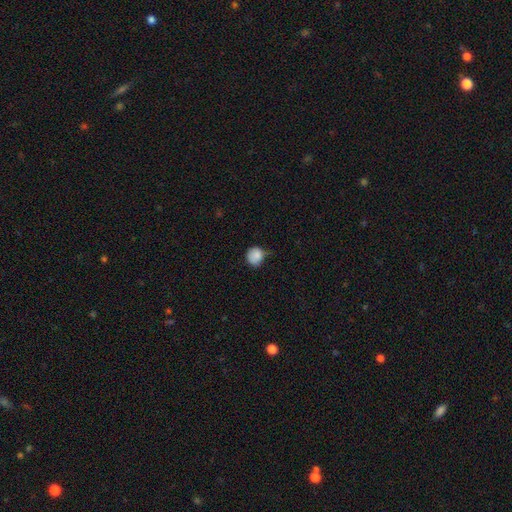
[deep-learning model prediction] Smooth or featured?
  - smooth: 84% *
  - star or artifact: 8%
  - featured or disk: 8%
How rounded?
  - round: 78% *
  - in between: 21%
  - cigar-shaped: 1%
Merging?
  - none: 49% *
  - minor disturbance: 39%
  - major disturbance: 9%
  - merger: 3%